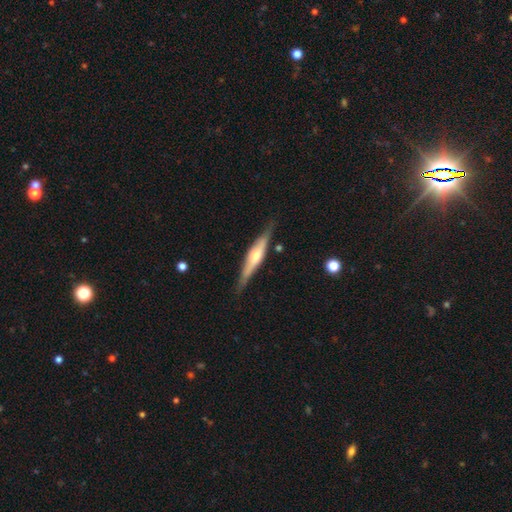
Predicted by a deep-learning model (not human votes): smooth_or_featured: featured or disk (p=0.70) [alt: smooth p=0.25]
disk_edge_on: yes (p=0.95) [alt: no p=0.05]
edge_on_bulge: rounded (p=0.82) [alt: boxy p=0.12]
merging: none (p=0.84) [alt: minor disturbance p=0.12]